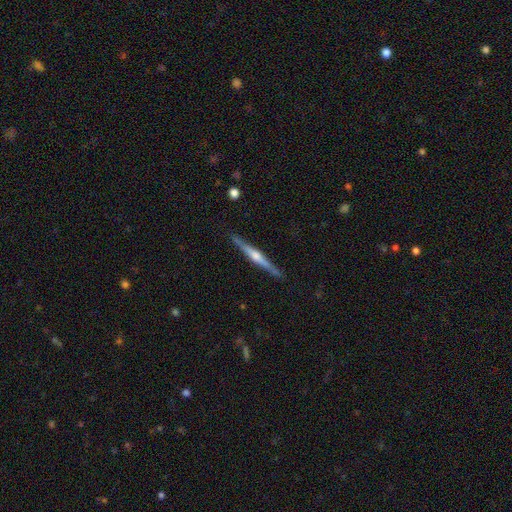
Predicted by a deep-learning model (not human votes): smooth-or-featured: featured or disk: 76% | smooth: 19% | star or artifact: 6%
  disk-edge-on: yes: 98% | no: 2%
    edge-on-bulge: rounded: 80% | boxy: 11% | none: 9%
  merging: none: 90% | minor disturbance: 8% | major disturbance: 1% | merger: 1%